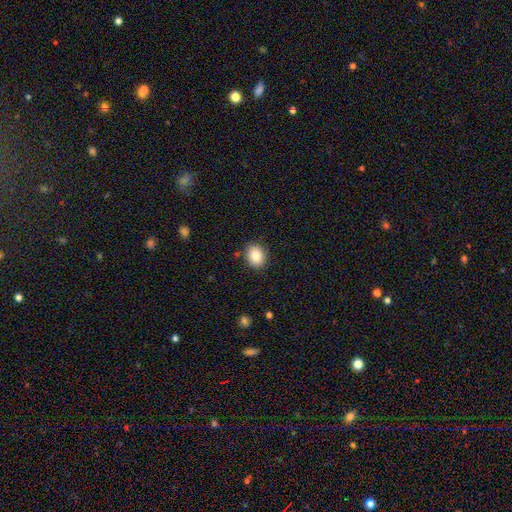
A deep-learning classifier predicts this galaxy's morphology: smooth-or-featured: smooth: 86% | star or artifact: 9% | featured or disk: 6%
  how-rounded: round: 55% | in between: 44% | cigar-shaped: 1%
  merging: none: 87% | minor disturbance: 9% | major disturbance: 2% | merger: 2%